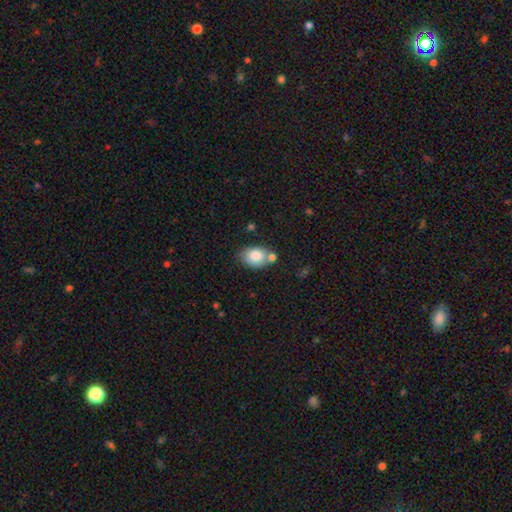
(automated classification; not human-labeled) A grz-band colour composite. It shows a smooth galaxy with no disk features (81%) that is in between round and cigar-shaped (79%). Merging: none (56%).